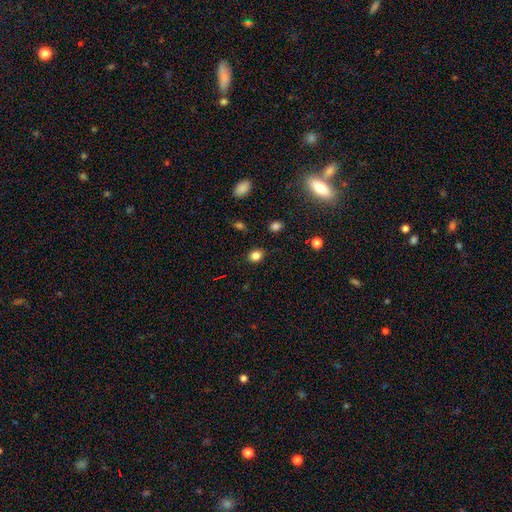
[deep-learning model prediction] A smooth galaxy with no disk features (83%) that is round (53%).

Vote fractions:
- Smooth or featured? smooth: 83% / star or artifact: 12% / featured or disk: 5%
- How rounded? round: 53% / in between: 46% / cigar-shaped: 1%
- Merging? none: 86% / minor disturbance: 10% / major disturbance: 3% / merger: 1%